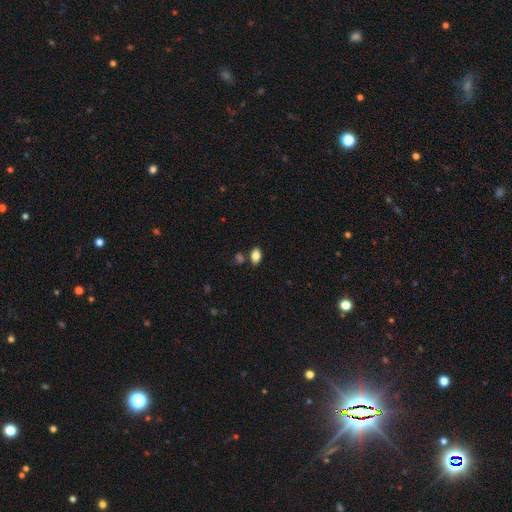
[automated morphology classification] A smooth galaxy with no disk features (84%) that is in between round and cigar-shaped (90%). Merging: none (78%).